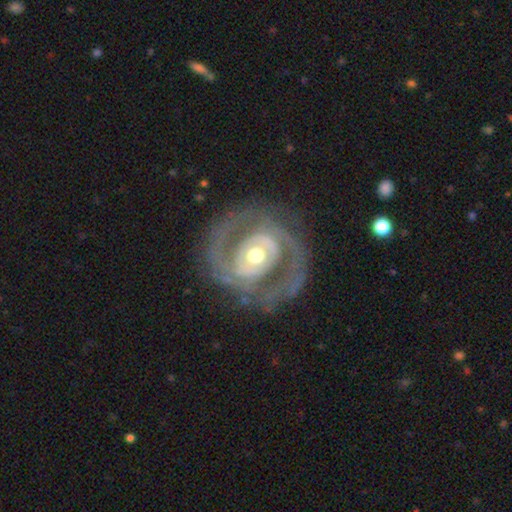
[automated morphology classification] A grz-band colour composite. It shows a featured or disk galaxy (87%) with no bar (54%), 2 (72%) tight (48%) spiral arms (87%) and a moderate central bulge (71%). Merging: none (73%).